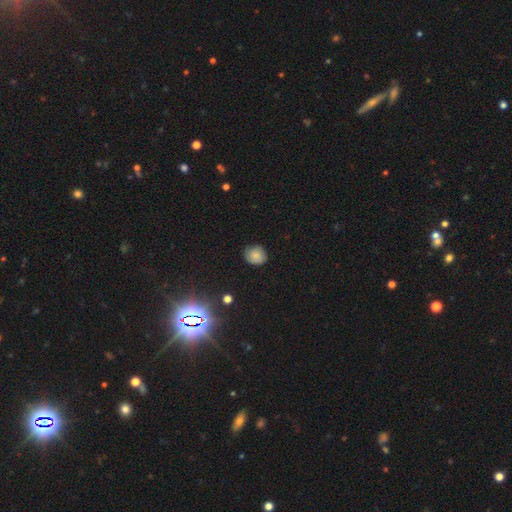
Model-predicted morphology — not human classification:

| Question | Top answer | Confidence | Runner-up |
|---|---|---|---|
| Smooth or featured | smooth | 75% | featured or disk (14%) |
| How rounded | round | 75% | in between (24%) |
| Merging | none | 80% | minor disturbance (16%) |